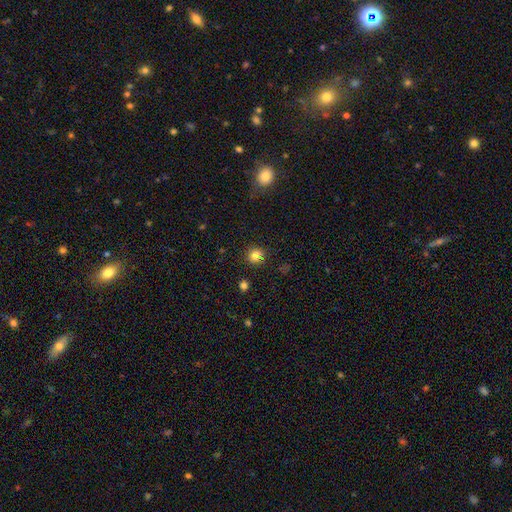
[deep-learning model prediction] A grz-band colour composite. It shows a smooth galaxy with no disk features (78%) that is round (89%). Merging: none (86%).